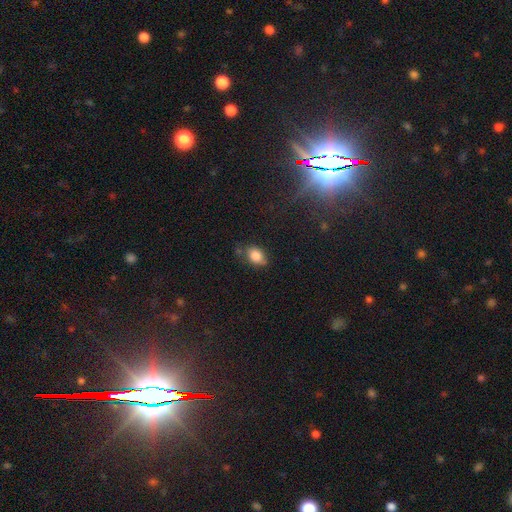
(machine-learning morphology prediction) Smooth or featured: smooth — 84% (star or artifact — 9%)
How rounded: in between — 80% (round — 18%)
Merging: none — 62% (minor disturbance — 26%)